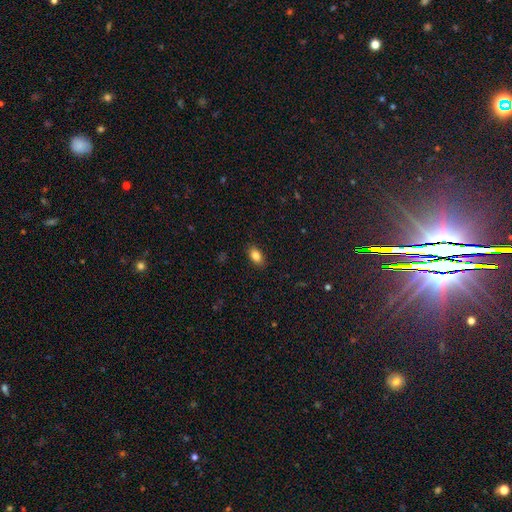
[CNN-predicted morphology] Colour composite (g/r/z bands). It shows a smooth galaxy with no disk features (84%) that is in between round and cigar-shaped (88%). Merging: none (87%).